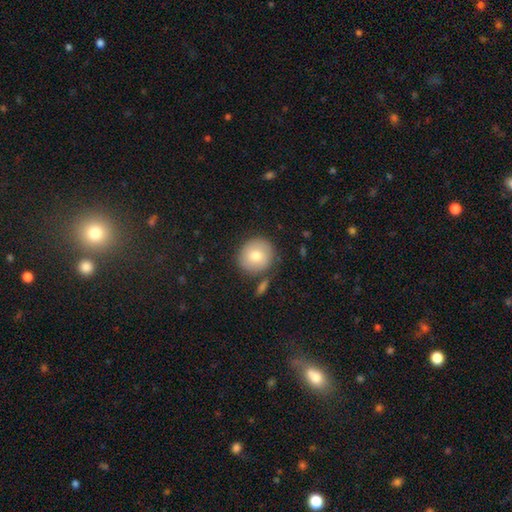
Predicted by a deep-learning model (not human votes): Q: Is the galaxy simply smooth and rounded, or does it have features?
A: smooth — 78%.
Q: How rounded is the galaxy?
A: round — 90%.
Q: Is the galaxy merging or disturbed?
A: none — 79%.